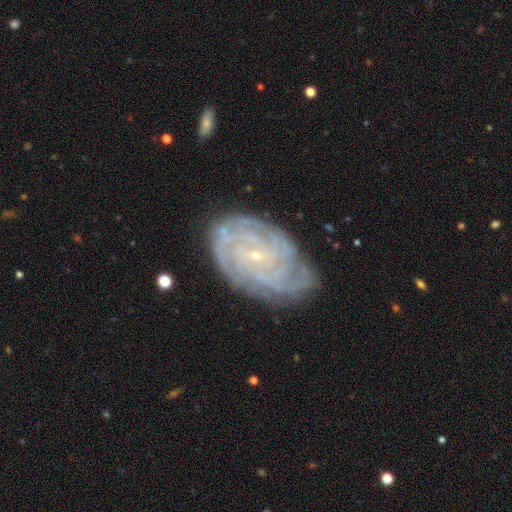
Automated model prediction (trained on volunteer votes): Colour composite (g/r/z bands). It shows a featured or disk galaxy (87%) with no bar (63%), can't tell (25%, tied with 4) tight (83%) spiral arms (97%) and a small central bulge (87%). Merging: none (75%).